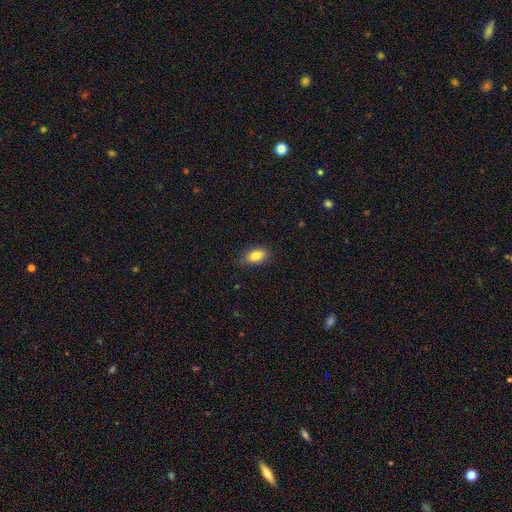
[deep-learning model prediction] This appears to be a smooth galaxy with no disk features (84%) that is in between round and cigar-shaped (88%). Merging: none (80%).